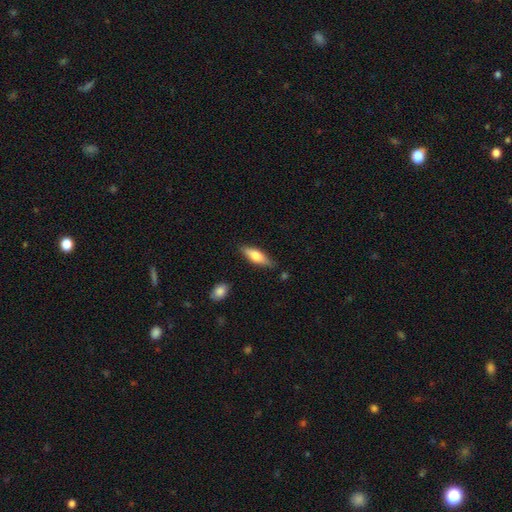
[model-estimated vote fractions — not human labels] The model was most divided on "how rounded": in between: 52%, cigar-shaped: 46%, round: 2%. More confident: merging — none (81%); smooth or featured — smooth (66%).